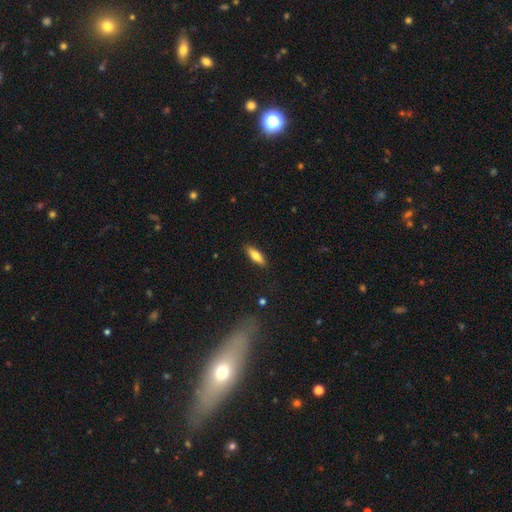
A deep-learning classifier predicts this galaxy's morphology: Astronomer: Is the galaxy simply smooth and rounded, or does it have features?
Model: smooth — 75%.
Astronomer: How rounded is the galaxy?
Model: in between — 56% (runner-up: cigar-shaped, 42%).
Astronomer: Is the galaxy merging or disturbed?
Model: none — 88%.